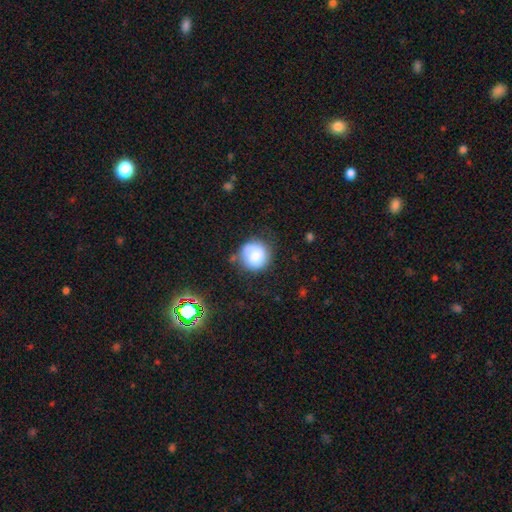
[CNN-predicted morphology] Smooth or featured? smooth (76%)
How rounded? round (91%)
Merging? none (70%)